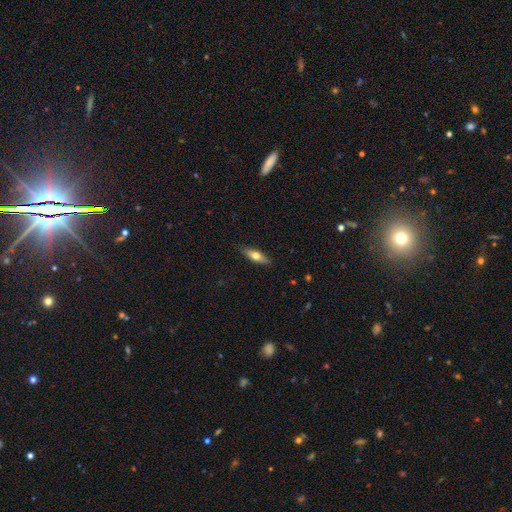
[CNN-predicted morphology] A smooth galaxy with no disk features (59%) that is cigar-shaped (53%).

Vote fractions:
- Smooth or featured? smooth: 59% / featured or disk: 35% / star or artifact: 6%
- How rounded? cigar-shaped: 53% / in between: 44% / round: 2%
- Merging? none: 87% / minor disturbance: 10% / major disturbance: 2% / merger: 1%